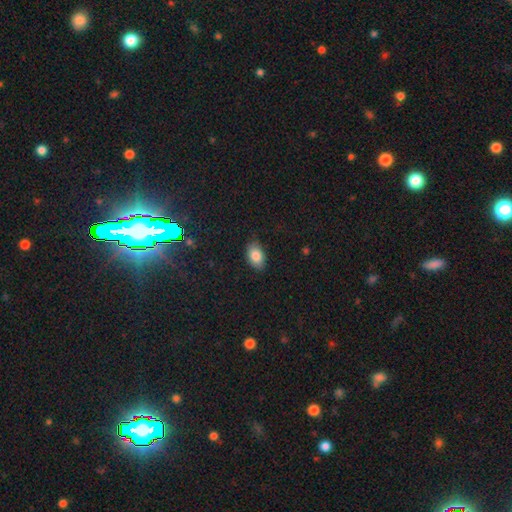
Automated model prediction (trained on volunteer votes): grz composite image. It shows a smooth galaxy with no disk features (84%) that is in between round and cigar-shaped (89%). Merging: none (82%).